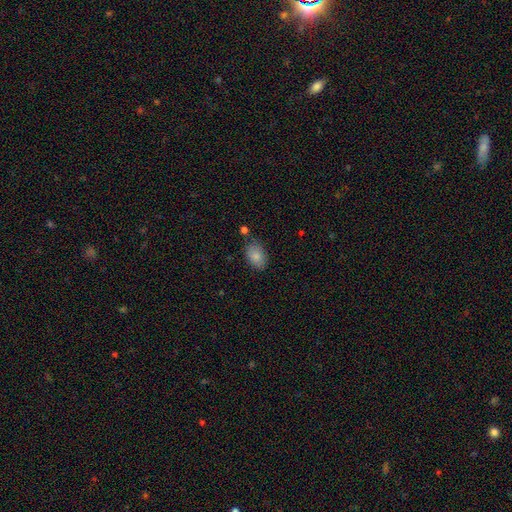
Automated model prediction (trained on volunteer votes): Smooth or featured? smooth (84%)
How rounded? in between (86%)
Merging? none (77%)